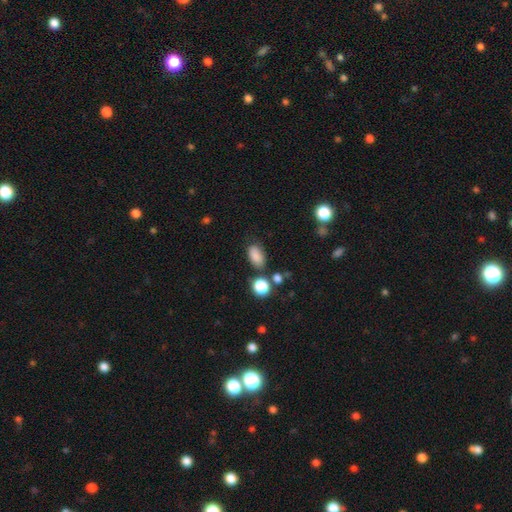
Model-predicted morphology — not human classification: This appears to be a smooth galaxy with no disk features (85%) that is in between round and cigar-shaped (89%). Merging: none (72%).